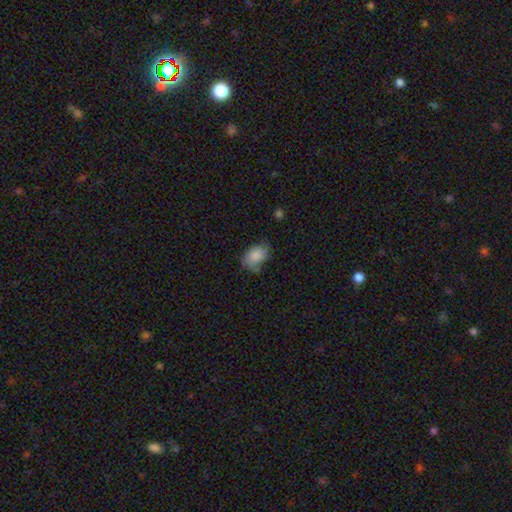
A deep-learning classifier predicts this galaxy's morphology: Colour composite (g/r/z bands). It shows a smooth galaxy with no disk features (81%) that is in between round and cigar-shaped (86%). Merging: none (51%).